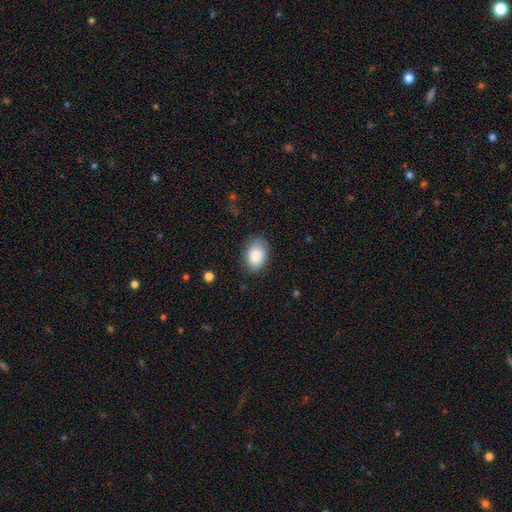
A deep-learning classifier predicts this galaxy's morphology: Smooth or featured: smooth — 84% (featured or disk — 9%)
How rounded: in between — 83% (round — 16%)
Merging: none — 79% (minor disturbance — 16%)